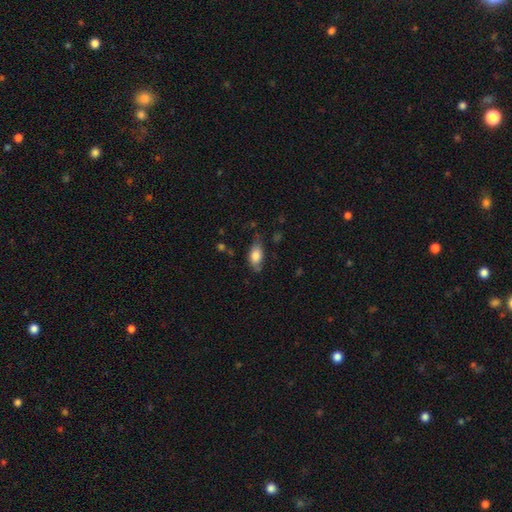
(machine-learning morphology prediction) A smooth galaxy with no disk features (79%) that is in between round and cigar-shaped (88%).

Vote fractions:
- Smooth or featured? smooth: 79% / featured or disk: 14% / star or artifact: 7%
- How rounded? in between: 88% / cigar-shaped: 6% / round: 6%
- Merging? none: 64% / minor disturbance: 27% / major disturbance: 7% / merger: 3%